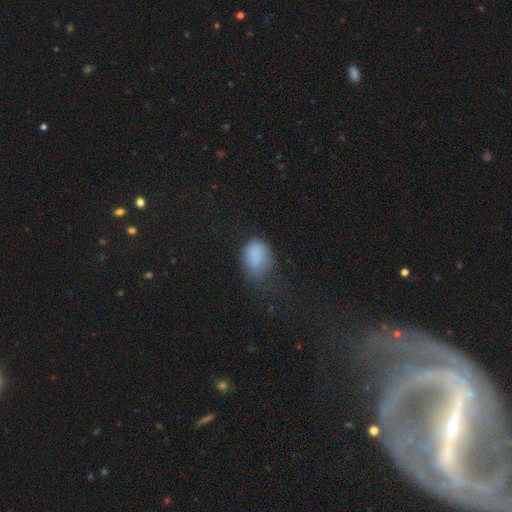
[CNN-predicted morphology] smooth-or-featured: smooth: 83% | star or artifact: 11% | featured or disk: 7%
  how-rounded: in between: 78% | round: 21% | cigar-shaped: 1%
  merging: none: 48% | minor disturbance: 32% | major disturbance: 18% | merger: 2%